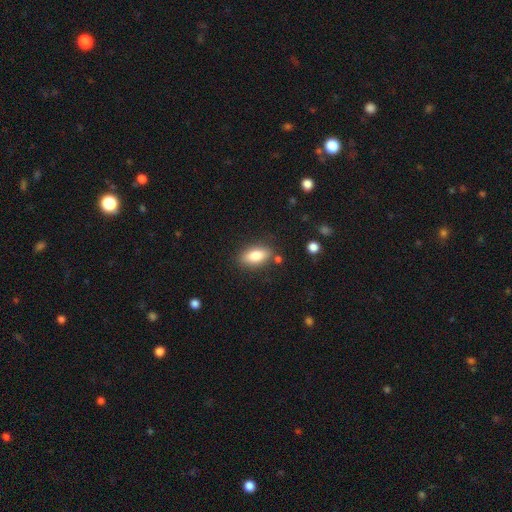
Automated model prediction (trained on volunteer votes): smooth 80%, featured or disk 13%, star or artifact 7%. Down the decision tree: how rounded — in between (85%); merging — none (82%).